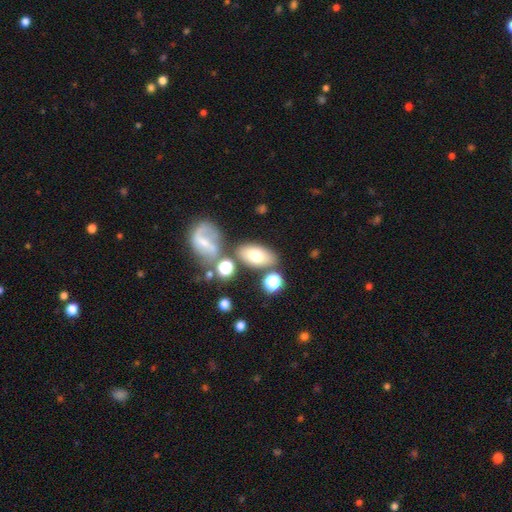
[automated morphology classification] Overall: smooth (67%). How rounded: in between (88%). Merging: none (67%).